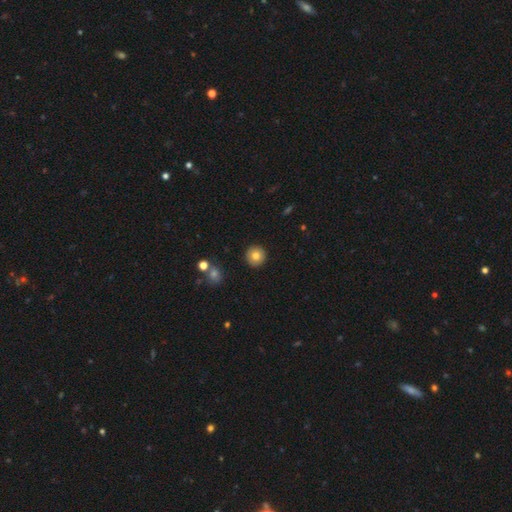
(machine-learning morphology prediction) This is clearly a smooth galaxy (80%). How rounded: clearly round (95%). Merging: clearly none (92%).